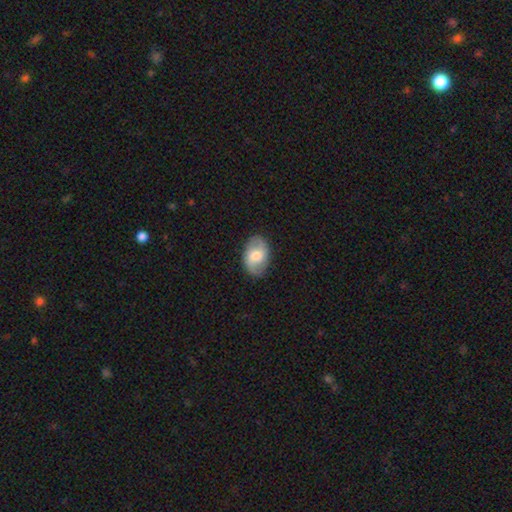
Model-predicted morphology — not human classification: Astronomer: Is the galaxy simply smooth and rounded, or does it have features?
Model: featured or disk — 50% (runner-up: smooth, 43%).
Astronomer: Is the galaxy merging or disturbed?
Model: none — 83%.